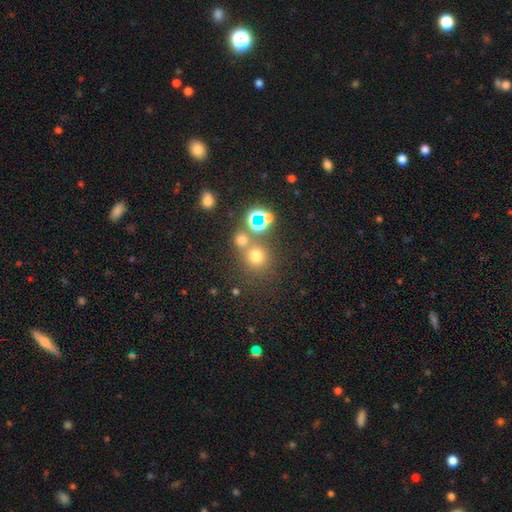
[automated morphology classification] Smooth or featured?
  - smooth: 66% *
  - star or artifact: 26%
  - featured or disk: 9%
How rounded?
  - round: 89% *
  - in between: 10%
  - cigar-shaped: 1%
Merging?
  - none: 65% *
  - merger: 22%
  - minor disturbance: 8%
  - major disturbance: 4%